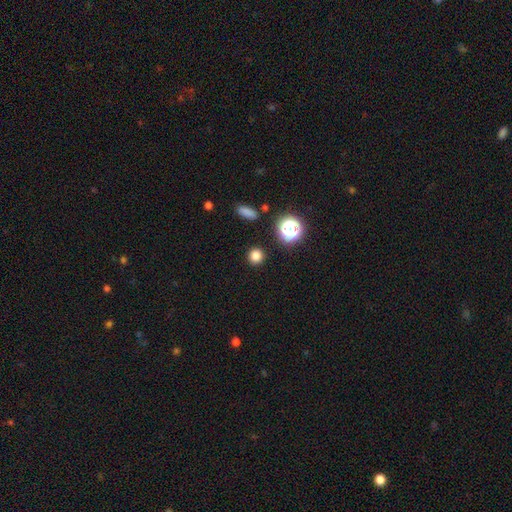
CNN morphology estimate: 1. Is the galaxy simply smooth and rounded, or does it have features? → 80% smooth, 16% star or artifact, 4% featured or disk.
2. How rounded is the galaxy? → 93% round, 6% in between, 1% cigar-shaped.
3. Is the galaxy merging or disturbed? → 91% none, 5% minor disturbance, 2% major disturbance, 2% merger.